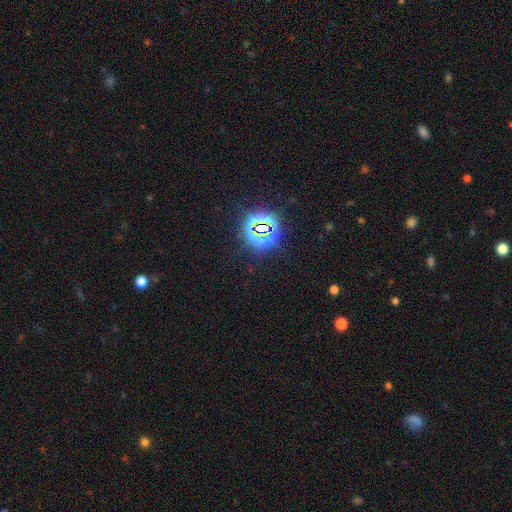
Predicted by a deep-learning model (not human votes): smooth_or_featured: star or artifact (p=0.79) [alt: smooth p=0.15]